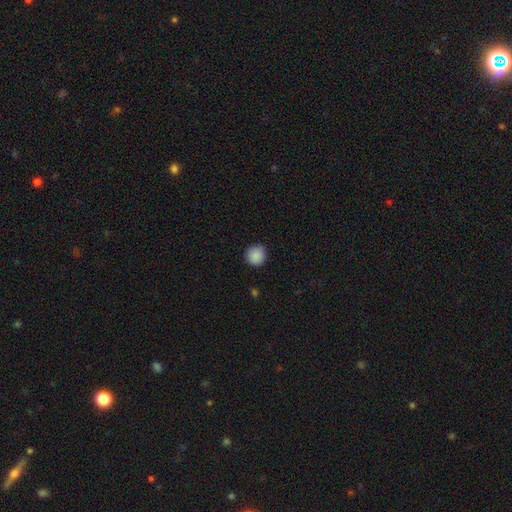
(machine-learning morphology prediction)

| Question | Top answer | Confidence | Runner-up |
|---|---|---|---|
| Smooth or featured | smooth | 89% | star or artifact (8%) |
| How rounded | round | 92% | in between (7%) |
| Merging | none | 89% | minor disturbance (8%) |